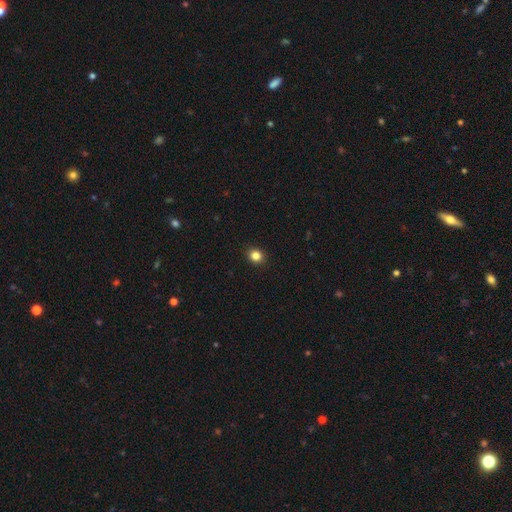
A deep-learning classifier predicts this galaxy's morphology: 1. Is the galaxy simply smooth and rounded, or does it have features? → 84% smooth, 12% star or artifact, 4% featured or disk.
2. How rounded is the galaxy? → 79% round, 20% in between, 1% cigar-shaped.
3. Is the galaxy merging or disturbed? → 92% none, 5% minor disturbance, 2% major disturbance, 1% merger.